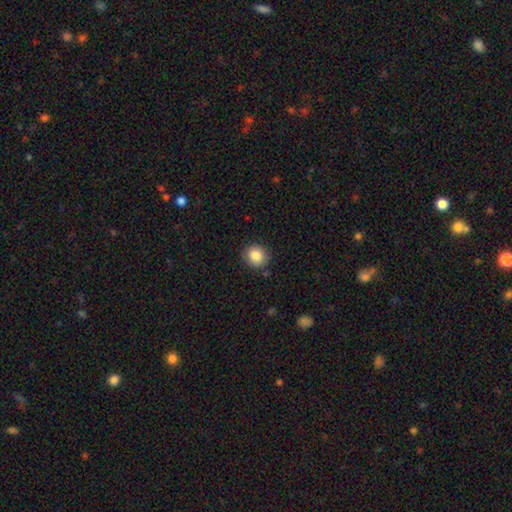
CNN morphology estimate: Smooth or featured: smooth — 85% (star or artifact — 9%)
How rounded: round — 83% (in between — 16%)
Merging: none — 86% (minor disturbance — 10%)